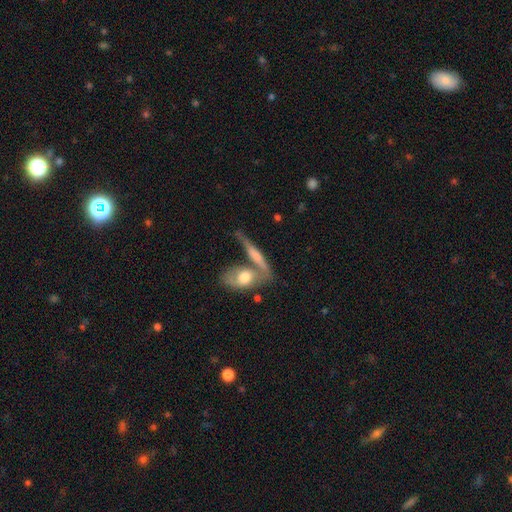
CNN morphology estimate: smooth-or-featured: featured or disk: 47% (tied) | smooth: 47% (tied) | star or artifact: 6%
  merging: none: 45% | merger: 35% | minor disturbance: 14% | major disturbance: 6%